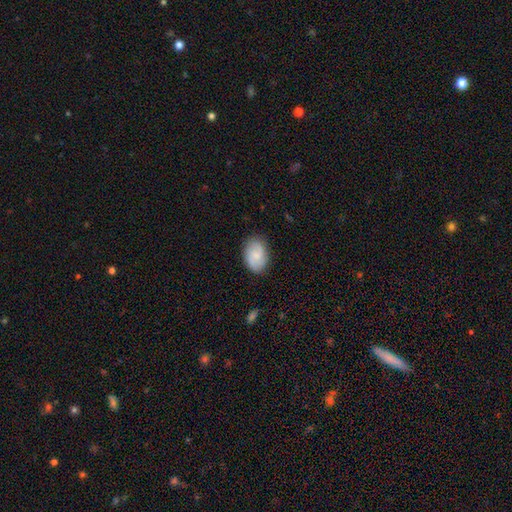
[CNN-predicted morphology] Smooth or featured: smooth — 55% (featured or disk — 38%)
How rounded: in between — 83% (round — 16%)
Merging: none — 82% (minor disturbance — 14%)